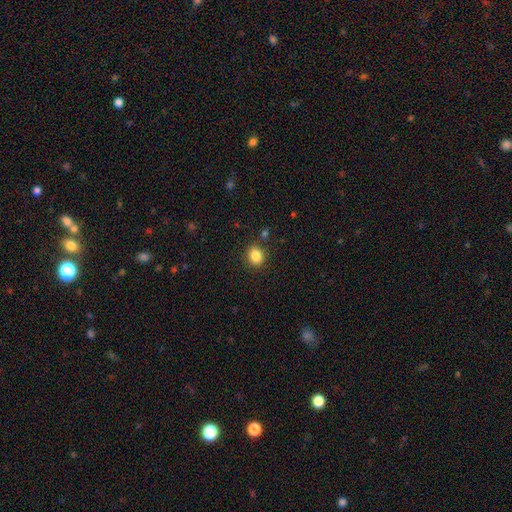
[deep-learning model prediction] smooth_or_featured: smooth (p=0.85) [alt: star or artifact p=0.10]
how_rounded: round (p=0.60) [alt: in between p=0.39]
merging: none (p=0.86) [alt: minor disturbance p=0.08]